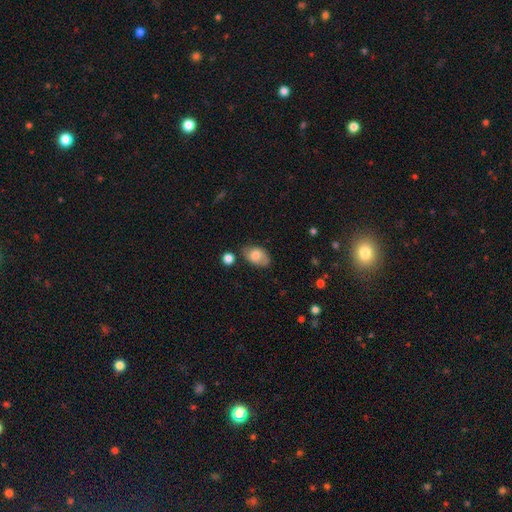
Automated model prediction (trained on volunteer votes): Smooth or featured? Predicted: smooth (p=0.72). How rounded? Predicted: in between (p=0.88). Merging? Predicted: none (p=0.67).